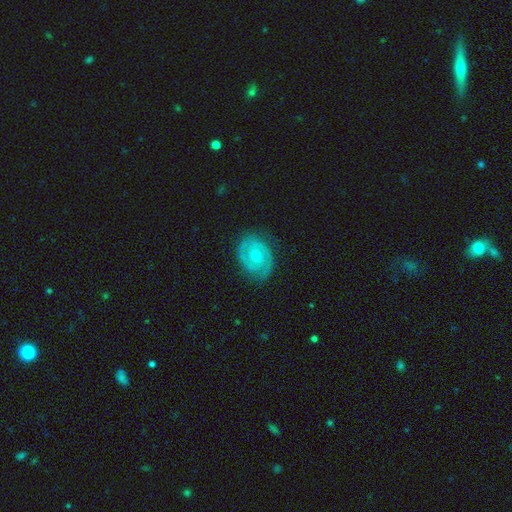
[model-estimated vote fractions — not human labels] Morphology: type=featured or disk (85%); edge-on=no (98%); bar=no (57%); spiral arms=yes (97%); winding=tight (61%); arm count=2 (89%); bulge=small (45%, tied with moderate); merging=none (82%).